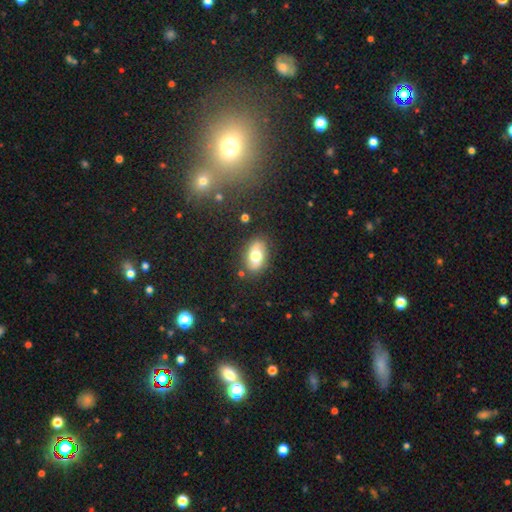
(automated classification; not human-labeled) Morphology: type=smooth (66%); roundness=in between (89%); merging=none (81%).